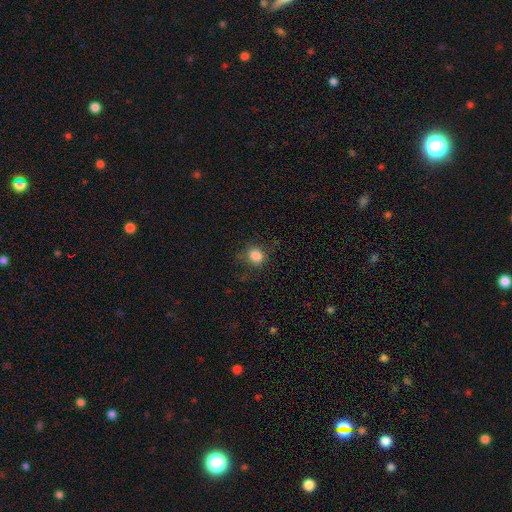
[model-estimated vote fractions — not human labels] Overall: smooth (85%). How rounded: round (78%). Merging: none (80%).